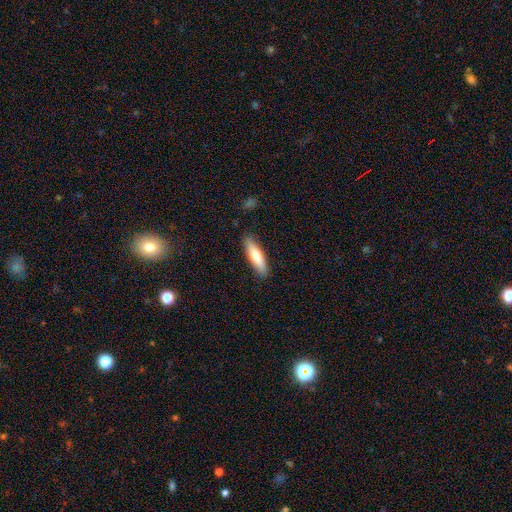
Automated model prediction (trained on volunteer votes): Smooth or featured? smooth (71%)
How rounded? cigar-shaped (66%)
Merging? none (88%)